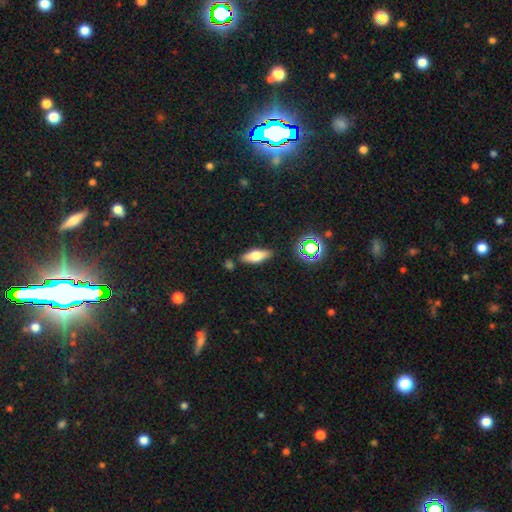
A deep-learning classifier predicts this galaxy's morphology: Smooth or featured: smooth — 56% (featured or disk — 33%)
How rounded: in between — 59% (cigar-shaped — 37%)
Merging: none — 83% (minor disturbance — 11%)